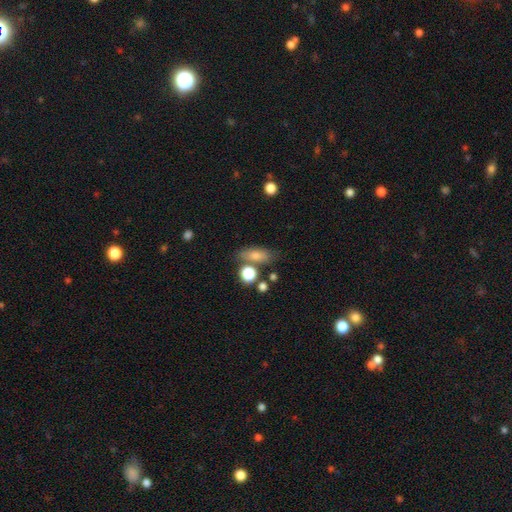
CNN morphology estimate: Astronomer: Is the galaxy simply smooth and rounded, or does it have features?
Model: smooth — 77%.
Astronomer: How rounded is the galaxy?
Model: in between — 71%.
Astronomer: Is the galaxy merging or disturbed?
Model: none — 65%.